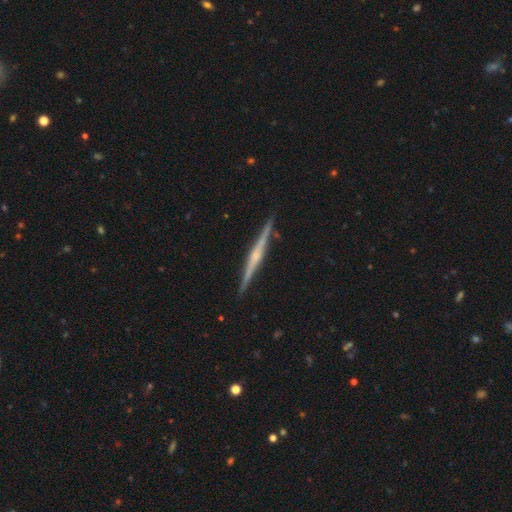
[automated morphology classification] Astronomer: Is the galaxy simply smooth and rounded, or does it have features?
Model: featured or disk — 82%.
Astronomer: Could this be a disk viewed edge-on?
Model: yes — 98%.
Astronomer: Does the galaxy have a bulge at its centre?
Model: rounded — 70%.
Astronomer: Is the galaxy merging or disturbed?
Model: none — 91%.